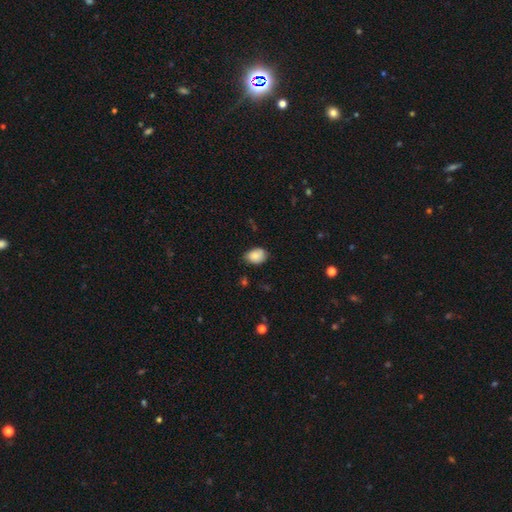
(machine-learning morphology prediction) This appears to be a smooth galaxy with no disk features (86%) that is in between round and cigar-shaped (74%). Merging: none (70%).